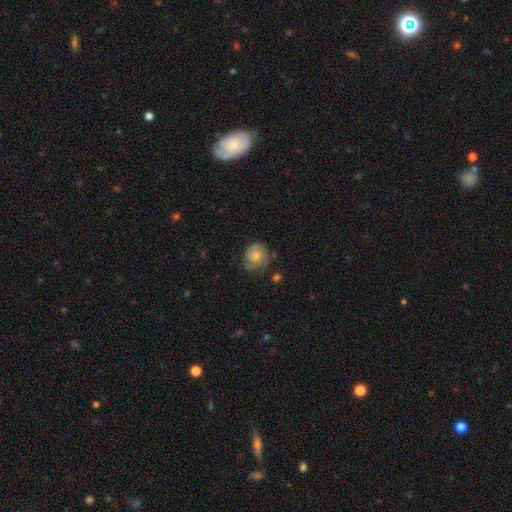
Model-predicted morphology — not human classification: Smooth or featured? Predicted: featured or disk (p=0.67). Edge-on disk? Predicted: no (p=0.98). Bar? Predicted: no (p=0.69). Spiral arms? Predicted: yes (p=0.93). Spiral winding? Predicted: tight (p=0.55). Spiral arm count? Predicted: 2 (p=0.60). Bulge size? Predicted: small (p=0.43). Merging? Predicted: none (p=0.70).